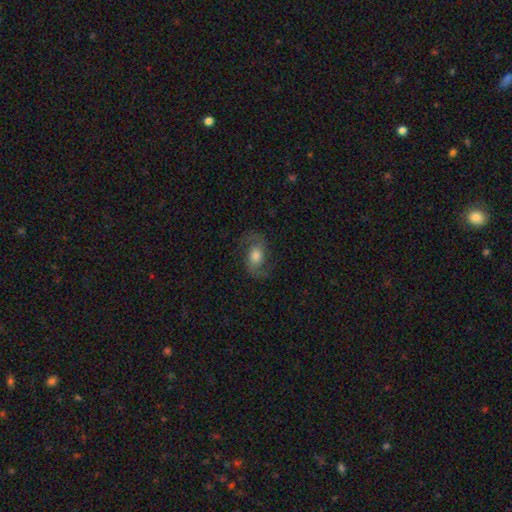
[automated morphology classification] Smooth or featured: featured or disk — 71% (smooth — 21%)
Edge-on disk: no — 96% (yes — 4%)
Bar: no — 57% (weak — 33%)
Spiral arms: yes — 93% (no — 7%)
Spiral winding: loose — 52% (medium — 40%)
Spiral arm count: 2 — 92% (can't tell — 3%)
Bulge size: moderate — 57% (large — 26%)
Merging: none — 75% (minor disturbance — 14%)